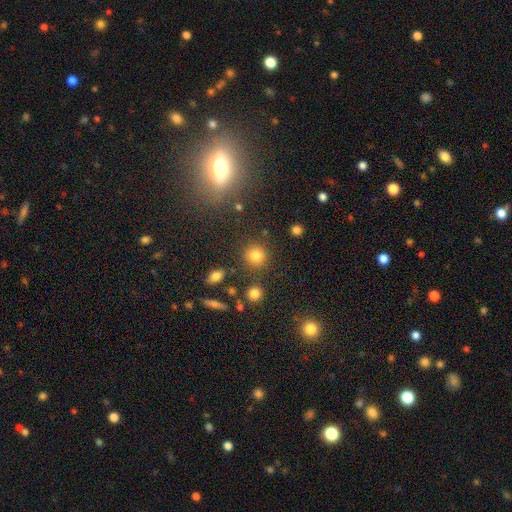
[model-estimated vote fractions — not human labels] Overall: smooth (80%). How rounded: round (90%). Merging: none (84%).